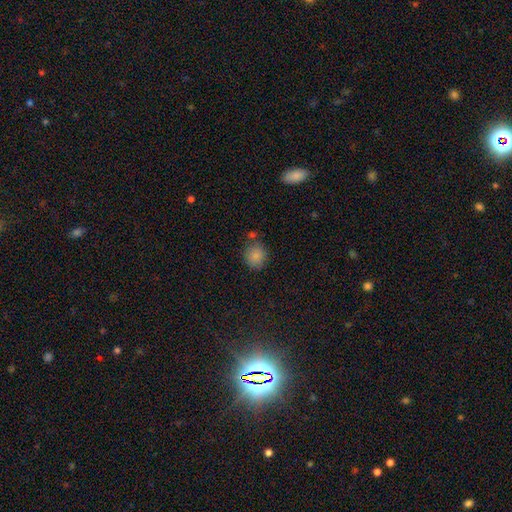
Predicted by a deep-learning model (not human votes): The model was most divided on "how rounded": round: 80%, in between: 19%, cigar-shaped: 1%. More confident: smooth or featured — smooth (84%); merging — none (74%).